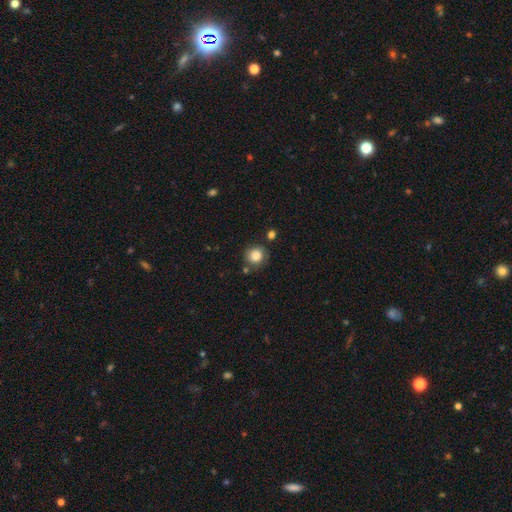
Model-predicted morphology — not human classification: Q: Smooth or featured?
A: smooth (85%); runner-up: star or artifact (9%)
Q: How rounded?
A: round (86%); runner-up: in between (13%)
Q: Merging?
A: none (75%); runner-up: minor disturbance (14%)